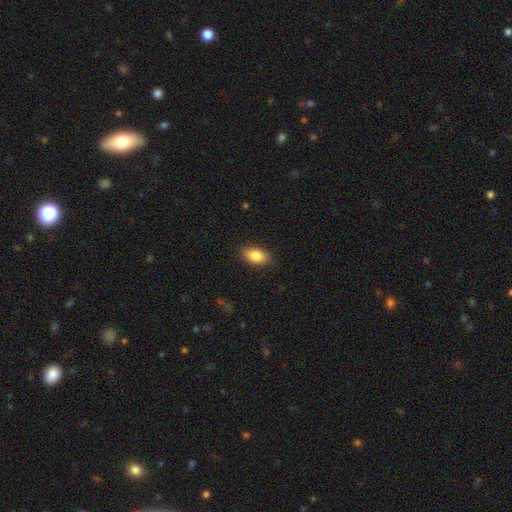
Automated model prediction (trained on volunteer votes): Smooth or featured?
  - smooth: 85% *
  - featured or disk: 7%
  - star or artifact: 7%
How rounded?
  - in between: 90% *
  - round: 7%
  - cigar-shaped: 3%
Merging?
  - none: 86% *
  - minor disturbance: 11%
  - major disturbance: 3%
  - merger: 1%